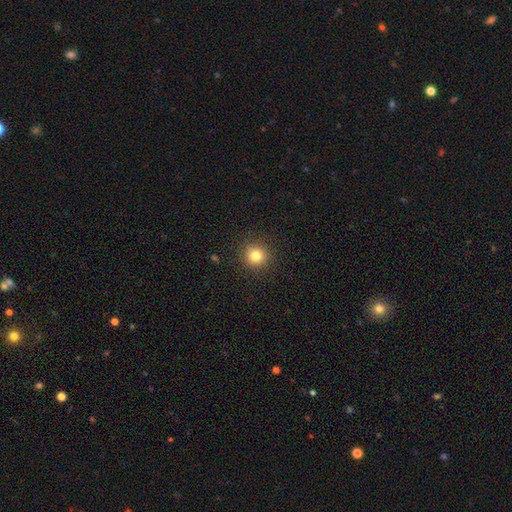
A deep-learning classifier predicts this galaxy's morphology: type=smooth (81%); roundness=round (93%); merging=none (91%).